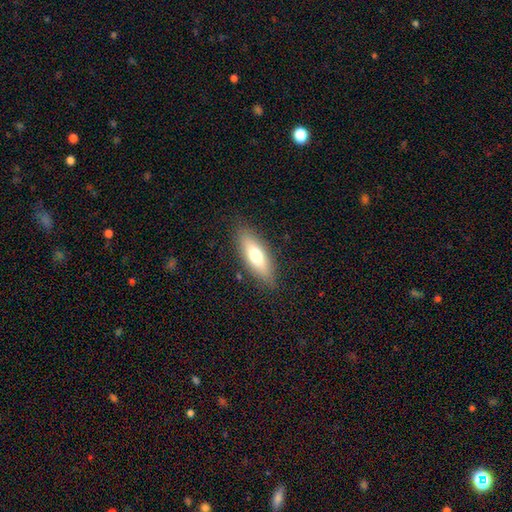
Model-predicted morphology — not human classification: smooth 64%, featured or disk 30%, star or artifact 7%. Down the decision tree: how rounded — in between (57%); merging — none (84%).